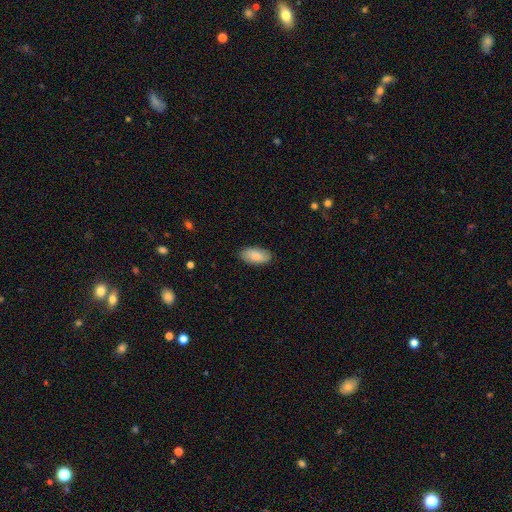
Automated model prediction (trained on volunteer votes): This is clearly a smooth galaxy (84%). How rounded: clearly in between (93%). Merging: clearly none (86%).